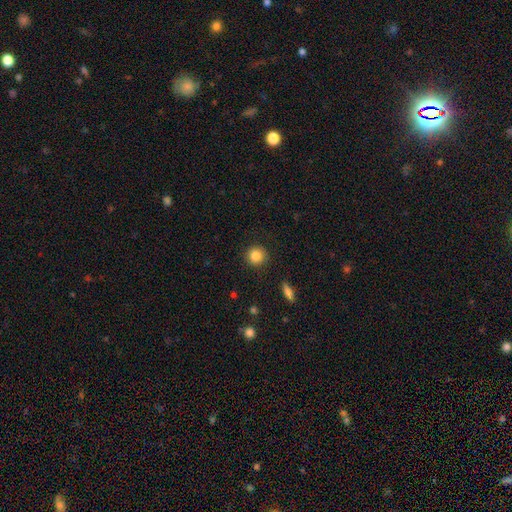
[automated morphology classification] Smooth or featured?
  - smooth: 85% *
  - star or artifact: 10%
  - featured or disk: 6%
How rounded?
  - round: 92% *
  - in between: 7%
  - cigar-shaped: 1%
Merging?
  - none: 90% *
  - minor disturbance: 6%
  - major disturbance: 2%
  - merger: 1%